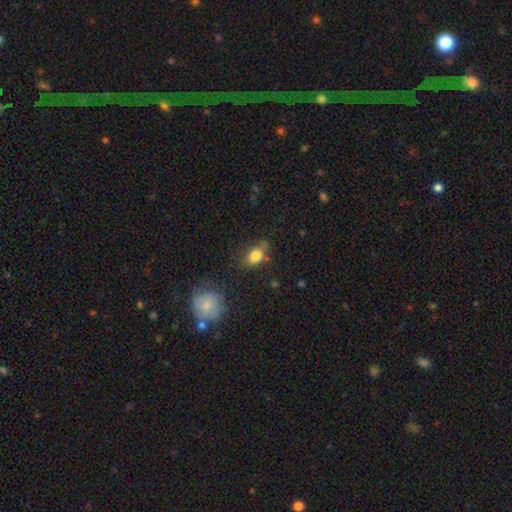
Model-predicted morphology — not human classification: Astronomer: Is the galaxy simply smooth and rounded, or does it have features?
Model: smooth — 82%.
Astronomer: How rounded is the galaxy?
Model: in between — 77%.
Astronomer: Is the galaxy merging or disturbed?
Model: none — 62%.